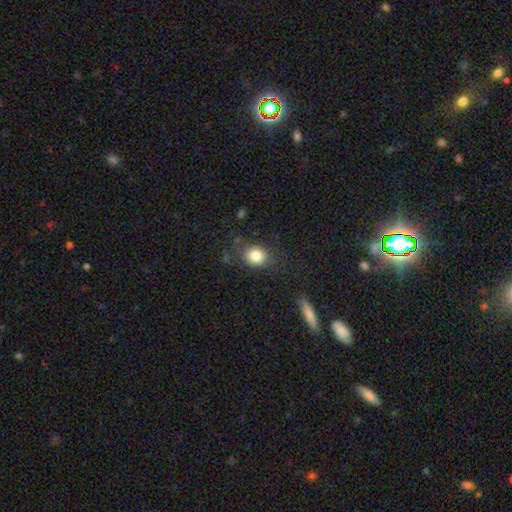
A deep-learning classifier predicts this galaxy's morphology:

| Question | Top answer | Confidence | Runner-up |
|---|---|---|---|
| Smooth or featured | smooth | 83% | star or artifact (10%) |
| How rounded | round | 66% | in between (33%) |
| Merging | none | 77% | minor disturbance (15%) |